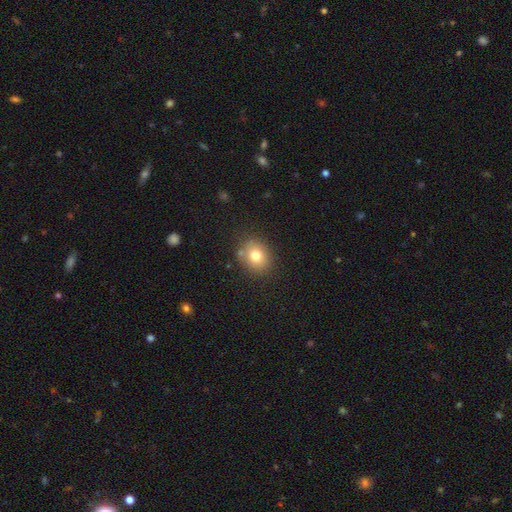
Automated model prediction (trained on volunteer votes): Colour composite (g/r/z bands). It shows a smooth galaxy with no disk features (76%) that is round (62%). Merging: none (80%).